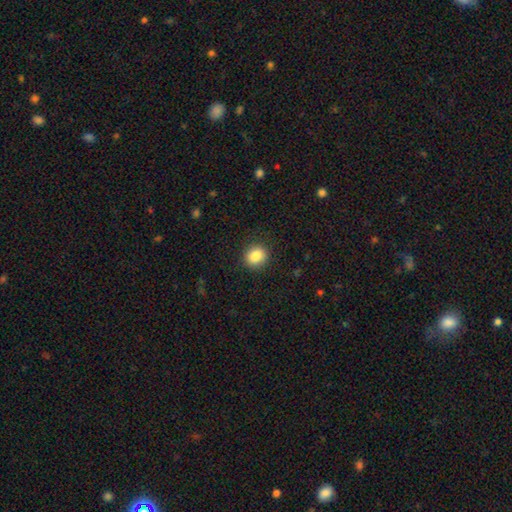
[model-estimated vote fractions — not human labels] Smooth or featured? smooth (86%)
How rounded? round (76%)
Merging? none (89%)